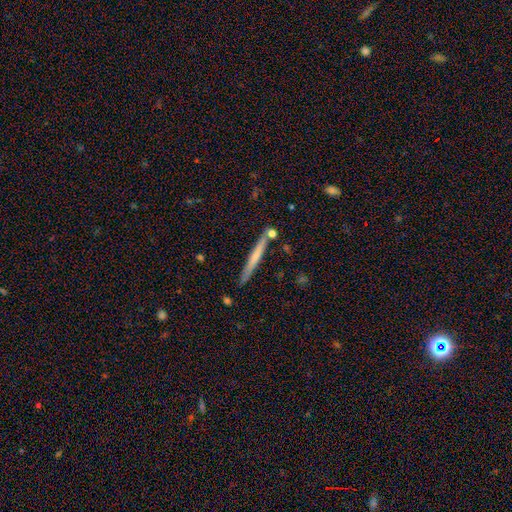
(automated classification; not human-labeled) Smooth or featured? smooth (53%)
How rounded? cigar-shaped (97%)
Merging? none (84%)